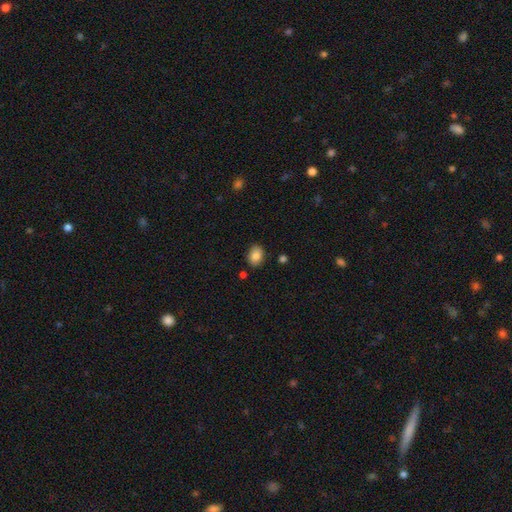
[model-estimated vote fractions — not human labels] The model was most divided on "how rounded": in between: 64%, round: 35%, cigar-shaped: 1%. More confident: smooth or featured — smooth (86%); merging — none (84%).